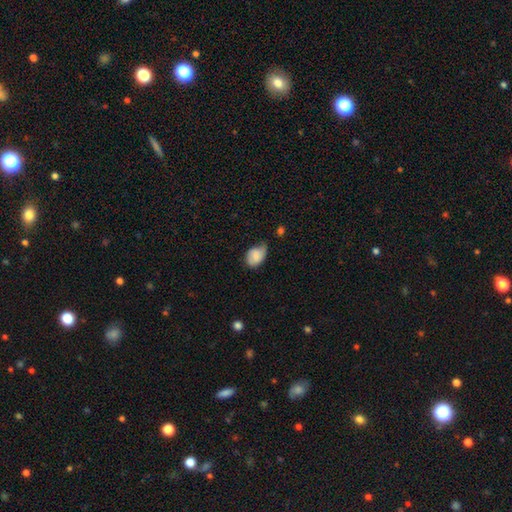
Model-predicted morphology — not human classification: This is likely a smooth galaxy (77%). How rounded: likely in between (75%). Merging: possibly minor disturbance (46%).